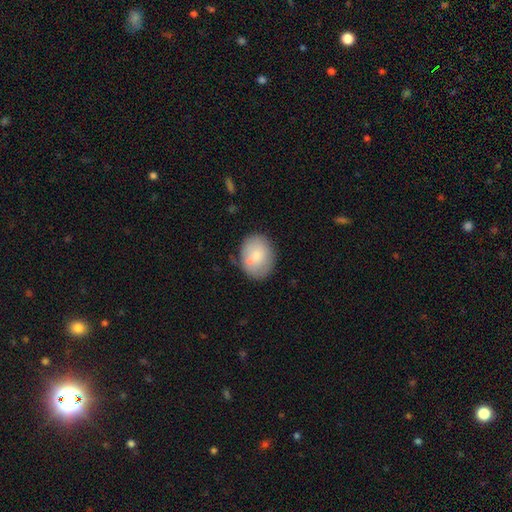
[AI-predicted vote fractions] Overall: smooth (75%). How rounded: in between (67%; round 32%). Merging: none (65%).